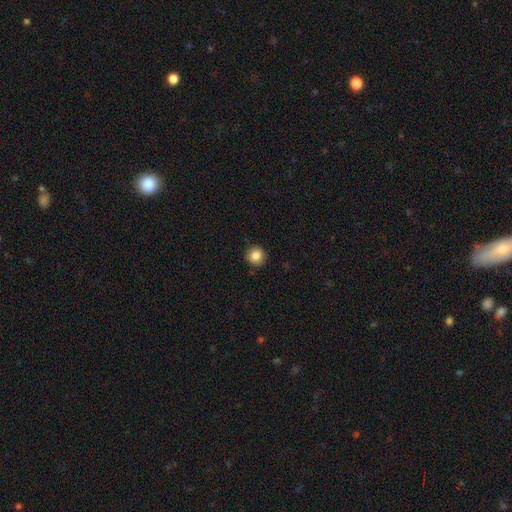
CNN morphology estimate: Smooth or featured: smooth — 85% (star or artifact — 10%)
How rounded: round — 94% (in between — 5%)
Merging: none — 92% (minor disturbance — 5%)